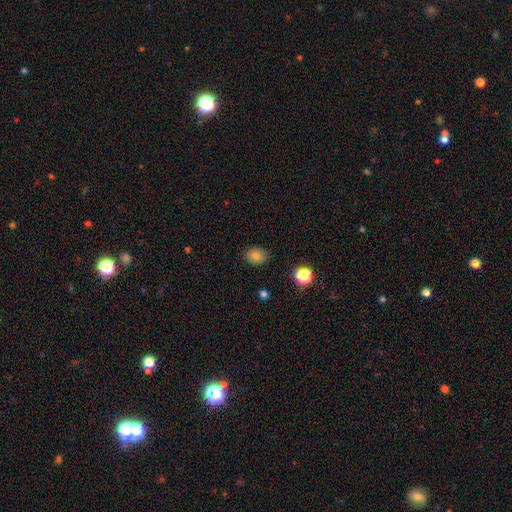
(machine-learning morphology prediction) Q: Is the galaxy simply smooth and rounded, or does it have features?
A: smooth — 79%.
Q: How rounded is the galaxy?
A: in between — 52%.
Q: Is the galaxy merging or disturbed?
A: none — 87%.